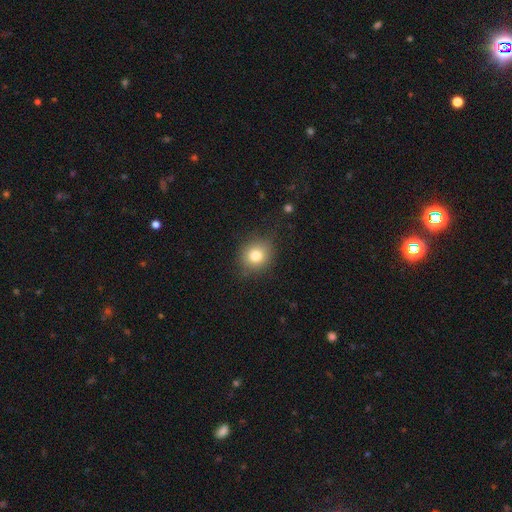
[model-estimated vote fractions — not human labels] This is likely a smooth galaxy (78%). How rounded: likely round (75%). Merging: clearly none (82%).